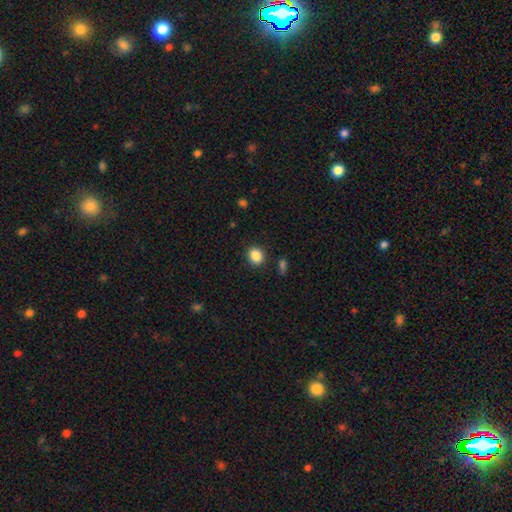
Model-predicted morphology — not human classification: A smooth galaxy with no disk features (86%) that is round (71%). Merging: none (88%).